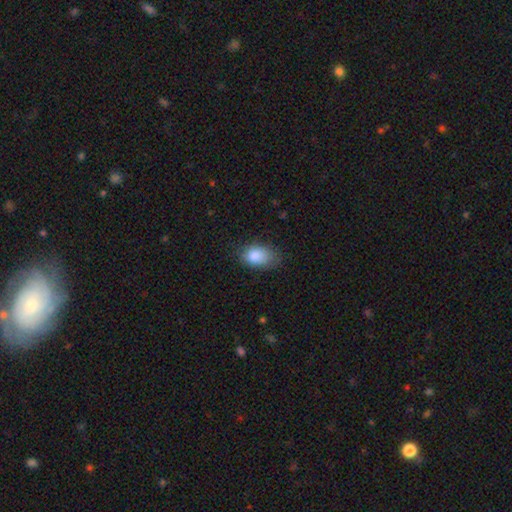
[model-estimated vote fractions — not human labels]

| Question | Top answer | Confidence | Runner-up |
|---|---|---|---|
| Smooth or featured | smooth | 86% | star or artifact (8%) |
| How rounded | in between | 85% | round (13%) |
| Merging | none | 66% | minor disturbance (25%) |